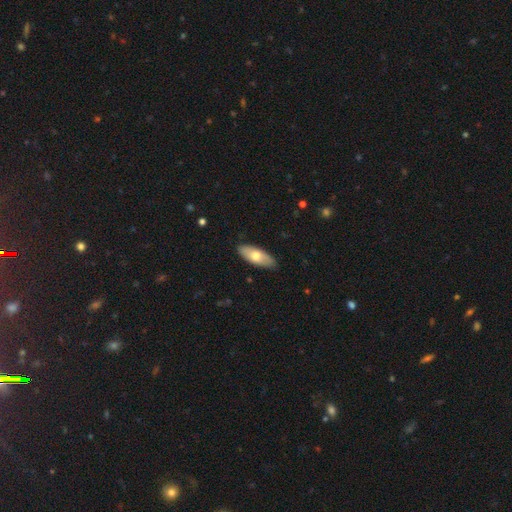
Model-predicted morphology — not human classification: Smooth or featured? Predicted: smooth (p=0.67). How rounded? Predicted: in between (p=0.80). Merging? Predicted: none (p=0.86).